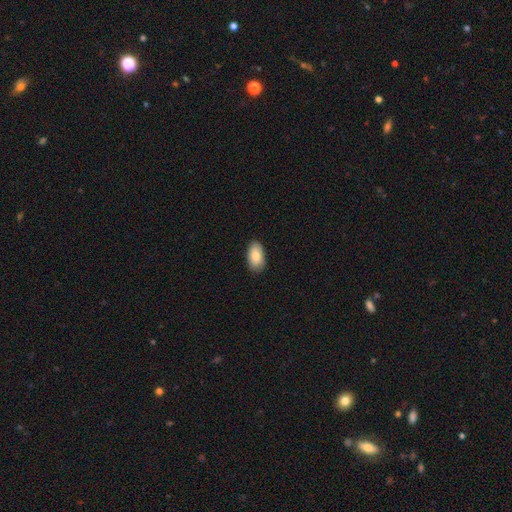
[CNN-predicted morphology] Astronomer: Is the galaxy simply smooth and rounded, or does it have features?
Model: smooth — 84%.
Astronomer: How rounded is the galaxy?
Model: in between — 94%.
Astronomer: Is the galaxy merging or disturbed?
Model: none — 86%.